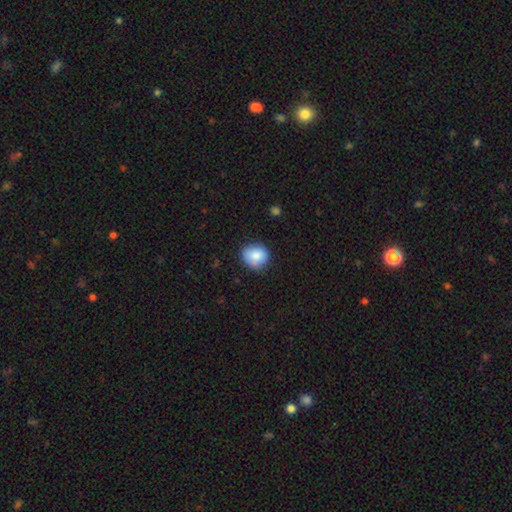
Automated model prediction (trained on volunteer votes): Smooth or featured?
  - smooth: 83% *
  - featured or disk: 8%
  - star or artifact: 8%
How rounded?
  - round: 78% *
  - in between: 22%
  - cigar-shaped: 1%
Merging?
  - none: 80% *
  - minor disturbance: 15%
  - major disturbance: 3%
  - merger: 2%